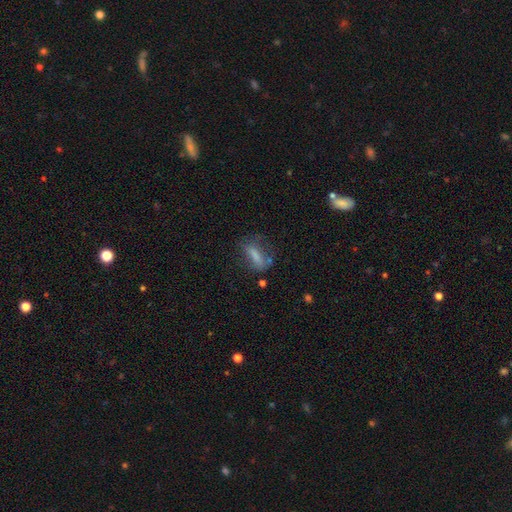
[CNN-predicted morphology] smooth 65%, featured or disk 23%, star or artifact 11%. Down the decision tree: how rounded — in between (52%); merging — none (52%).